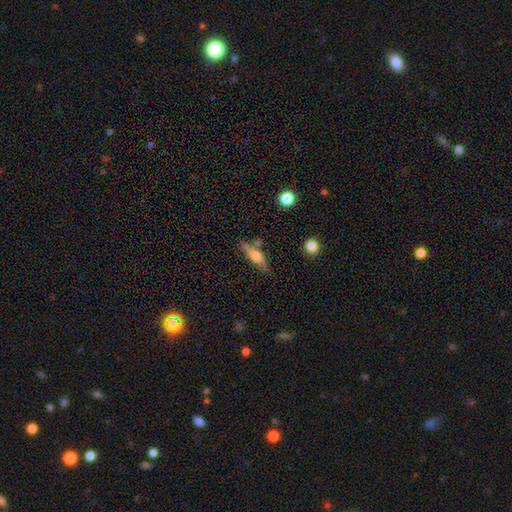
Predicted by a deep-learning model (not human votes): The model was most divided on "smooth or featured": smooth: 57%, featured or disk: 36%, star or artifact: 7%. More confident: merging — none (71%); how rounded — cigar-shaped (66%).